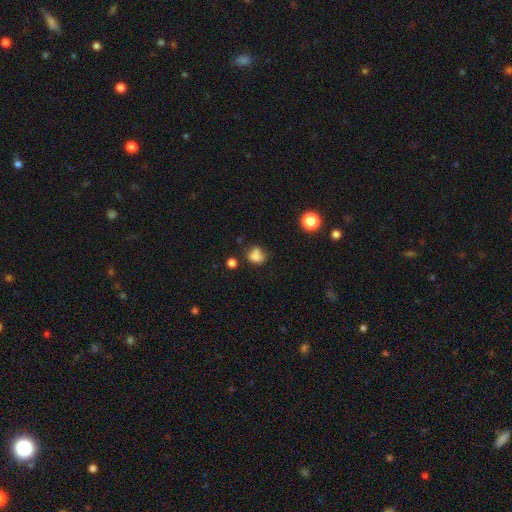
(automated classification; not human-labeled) smooth 79%, star or artifact 12%, featured or disk 9%. Down the decision tree: how rounded — round (58%); merging — none (46%).